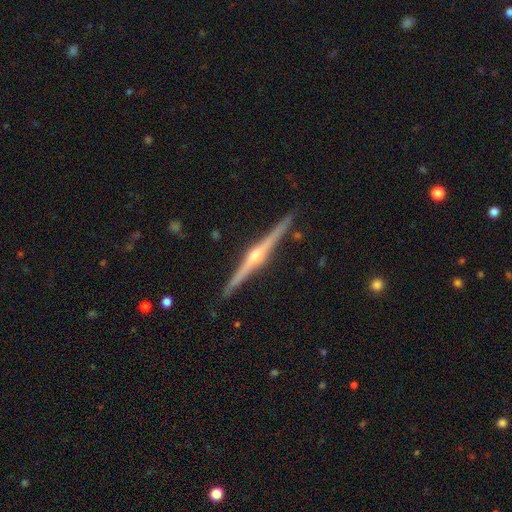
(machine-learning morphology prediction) Smooth or featured? featured or disk (88%)
Edge-on disk? yes (99%)
Edge-on bulge? rounded (90%)
Merging? none (92%)